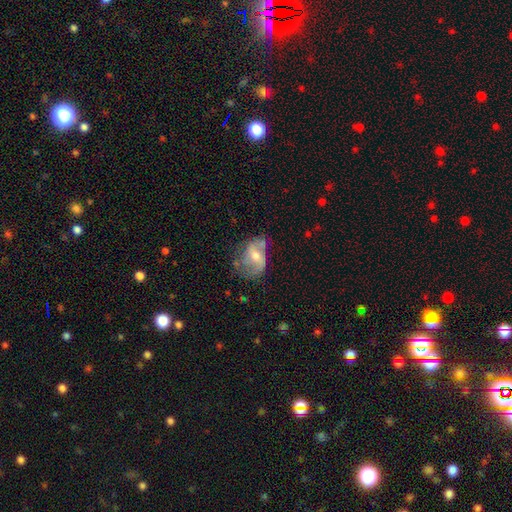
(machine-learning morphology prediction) This appears to be a featured or disk galaxy (62%) with no bar (45%), spiral arms (68%) and a moderate central bulge (58%). Merging: none (41%).